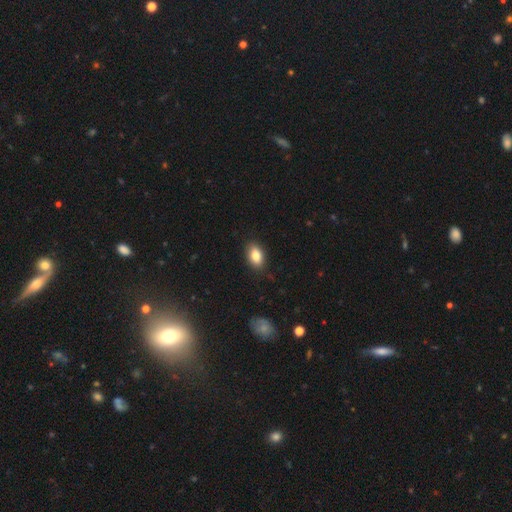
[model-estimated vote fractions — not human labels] smooth_or_featured: smooth (p=0.83) [alt: featured or disk p=0.10]
how_rounded: in between (p=0.89) [alt: round p=0.08]
merging: none (p=0.86) [alt: minor disturbance p=0.11]